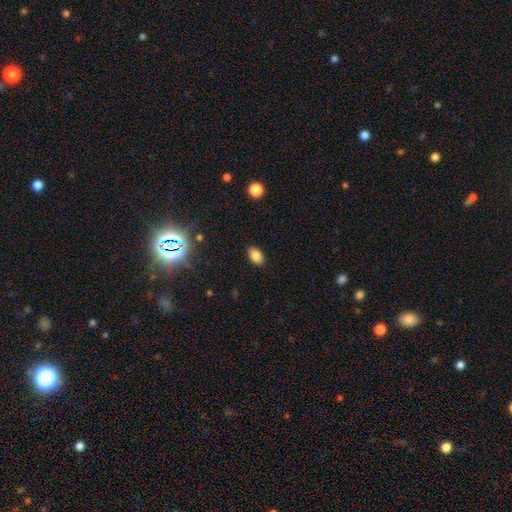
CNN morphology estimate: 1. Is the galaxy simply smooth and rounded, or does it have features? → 83% smooth, 11% star or artifact, 7% featured or disk.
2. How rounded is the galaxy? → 87% in between, 12% round, 1% cigar-shaped.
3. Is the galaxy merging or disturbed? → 87% none, 9% minor disturbance, 2% major disturbance, 1% merger.